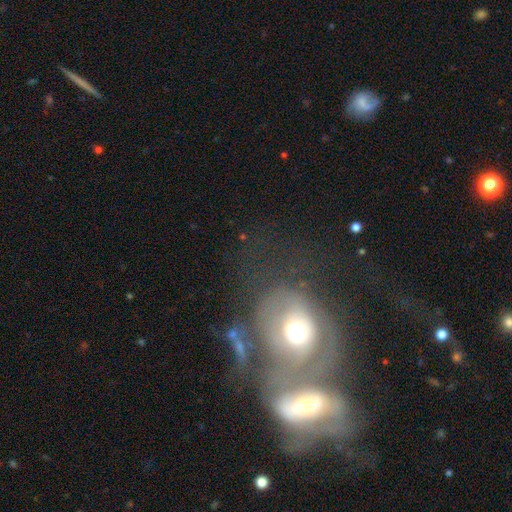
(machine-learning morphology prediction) This is possibly a featured or disk galaxy (56%). It is clearly not viewed edge-on (92%). Bar: likely no (67%). Spiral arm pattern: possibly yes (53%). Central bulge: likely moderate (62%). Merging: likely merger (68%).